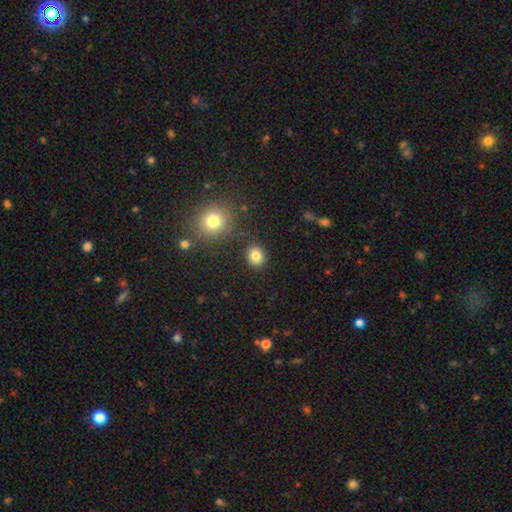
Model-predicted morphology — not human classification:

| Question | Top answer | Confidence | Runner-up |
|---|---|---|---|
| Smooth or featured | smooth | 83% | star or artifact (11%) |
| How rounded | round | 72% | in between (27%) |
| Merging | none | 86% | minor disturbance (8%) |